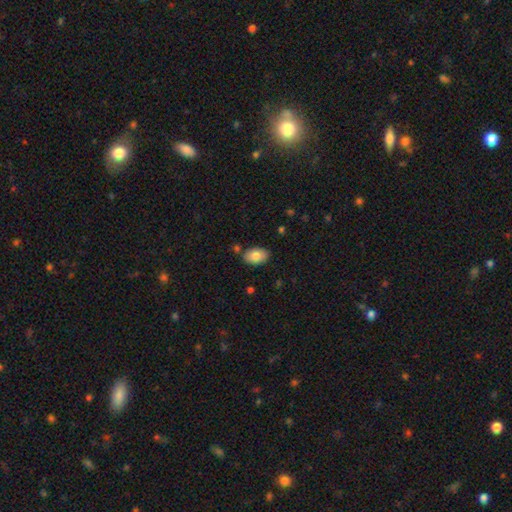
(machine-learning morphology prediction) smooth_or_featured: smooth (p=0.83) [alt: featured or disk p=0.10]
how_rounded: in between (p=0.90) [alt: round p=0.09]
merging: none (p=0.82) [alt: minor disturbance p=0.11]